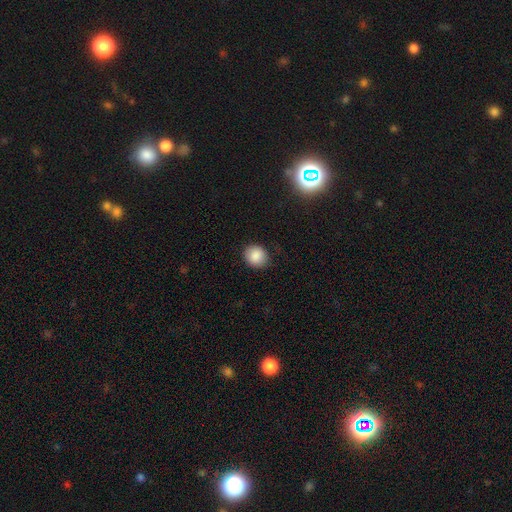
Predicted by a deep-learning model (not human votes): Smooth or featured? smooth (88%)
How rounded? round (78%)
Merging? none (86%)